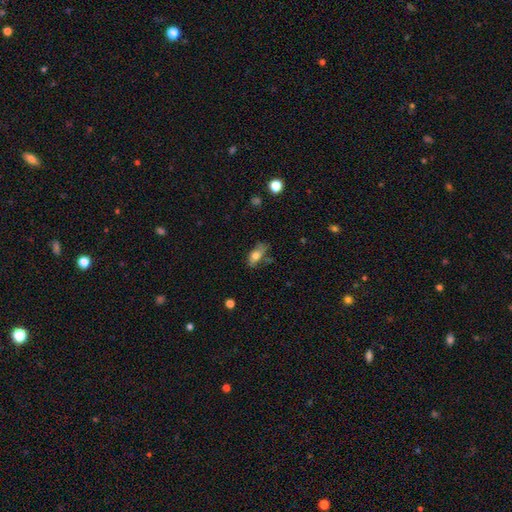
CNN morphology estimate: smooth_or_featured: smooth (p=0.70) [alt: featured or disk p=0.21]
how_rounded: in between (p=0.81) [alt: cigar-shaped p=0.14]
merging: none (p=0.55) [alt: minor disturbance p=0.29]